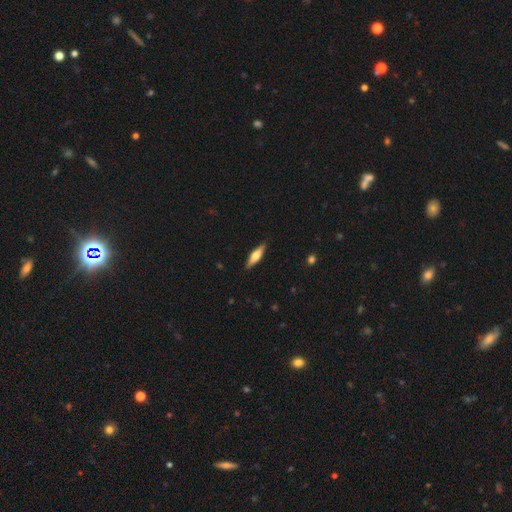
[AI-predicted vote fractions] This is possibly a smooth galaxy (49%). Merging: clearly none (89%).